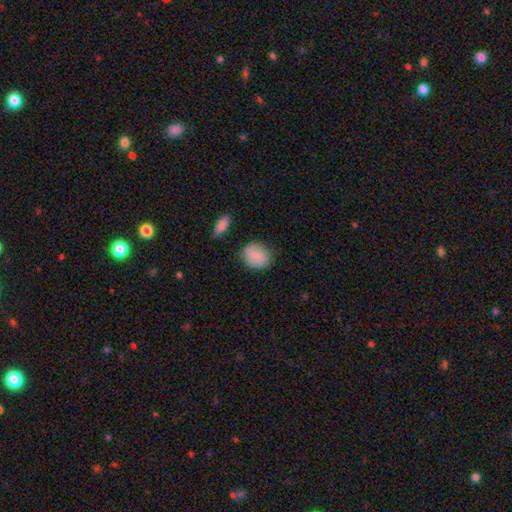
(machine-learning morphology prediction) smooth 78%, featured or disk 16%, star or artifact 7%. Down the decision tree: how rounded — round (62%); merging — none (77%).